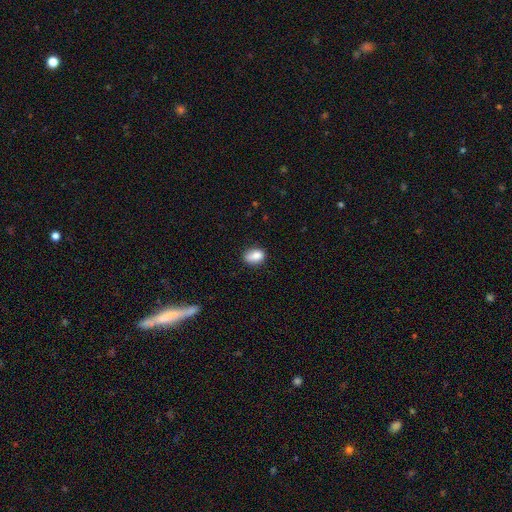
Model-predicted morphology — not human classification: Smooth or featured?
  - smooth: 82% *
  - star or artifact: 9%
  - featured or disk: 9%
How rounded?
  - in between: 76% *
  - round: 22%
  - cigar-shaped: 2%
Merging?
  - none: 65% *
  - minor disturbance: 25%
  - major disturbance: 6%
  - merger: 4%